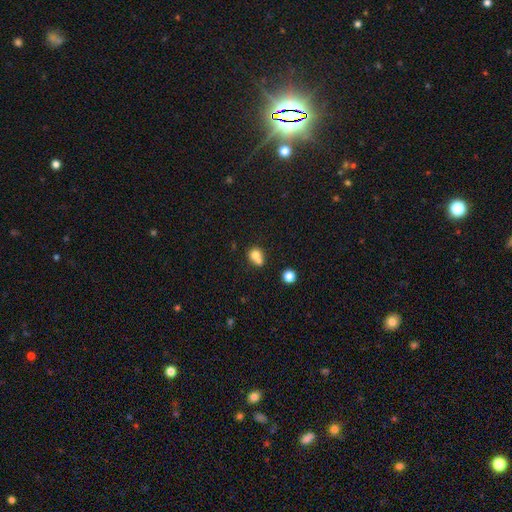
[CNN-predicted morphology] A smooth galaxy with no disk features (74%) that is round (72%). Merging: merger (48%).